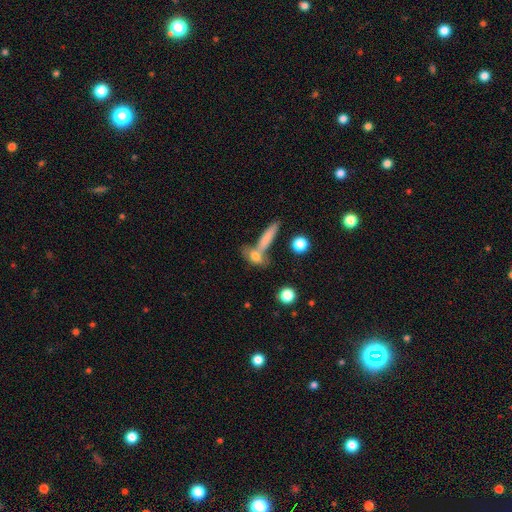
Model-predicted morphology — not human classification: Smooth or featured?
  - smooth: 60% *
  - featured or disk: 26%
  - star or artifact: 14%
How rounded?
  - cigar-shaped: 47% *
  - in between: 35%
  - round: 18%
Merging?
  - none: 52% *
  - merger: 32%
  - minor disturbance: 10%
  - major disturbance: 6%